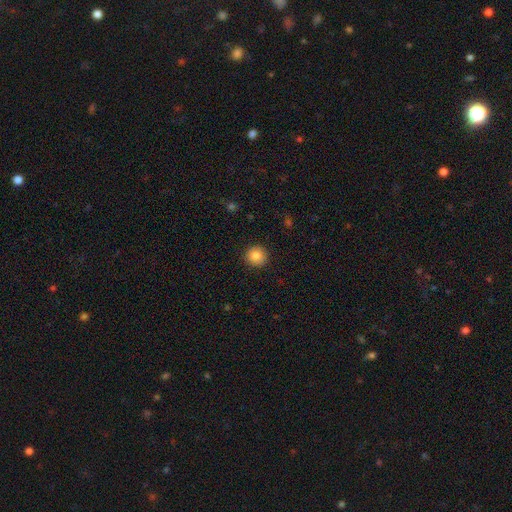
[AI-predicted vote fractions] Q: Smooth or featured?
A: smooth (85%); runner-up: star or artifact (9%)
Q: How rounded?
A: round (94%); runner-up: in between (5%)
Q: Merging?
A: none (91%); runner-up: minor disturbance (6%)